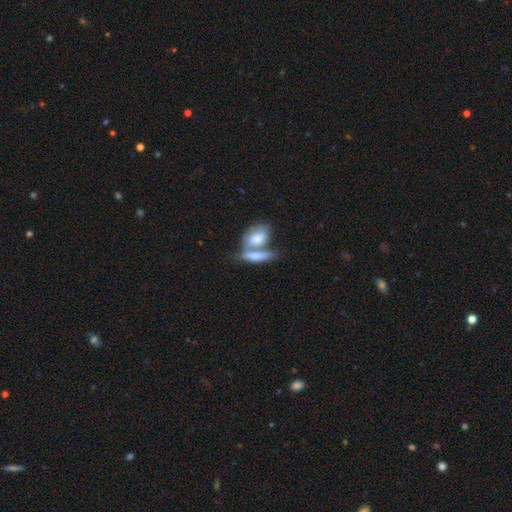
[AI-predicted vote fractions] A smooth galaxy with no disk features (71%) that is in between round and cigar-shaped (71%).

Vote fractions:
- Smooth or featured? smooth: 71% / featured or disk: 24% / star or artifact: 6%
- How rounded? in between: 71% / cigar-shaped: 22% / round: 8%
- Merging? merger: 63% / none: 24% / minor disturbance: 8% / major disturbance: 5%